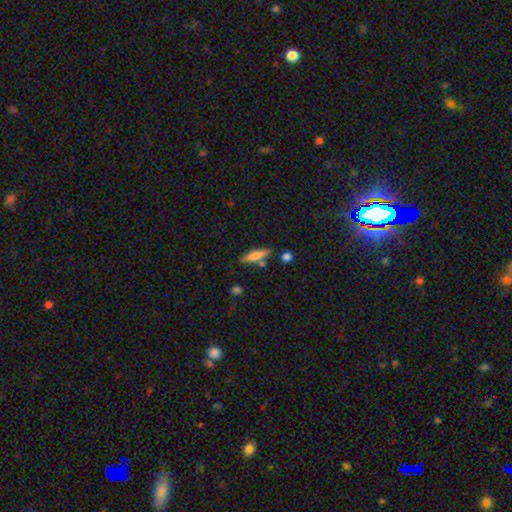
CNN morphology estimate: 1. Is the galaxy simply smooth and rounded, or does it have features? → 65% smooth, 28% featured or disk, 7% star or artifact.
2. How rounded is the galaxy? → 73% cigar-shaped, 24% in between, 2% round.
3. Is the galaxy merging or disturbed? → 74% none, 13% minor disturbance, 9% merger, 3% major disturbance.